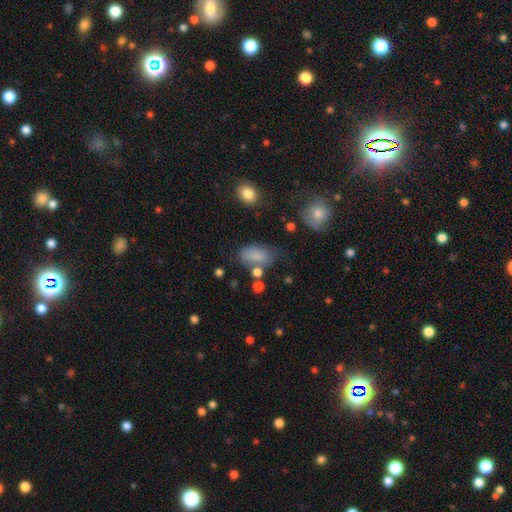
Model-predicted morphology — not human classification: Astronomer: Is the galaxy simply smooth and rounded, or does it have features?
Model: smooth — 78%.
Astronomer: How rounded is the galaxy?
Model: in between — 90%.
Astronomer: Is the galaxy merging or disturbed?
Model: none — 52%.